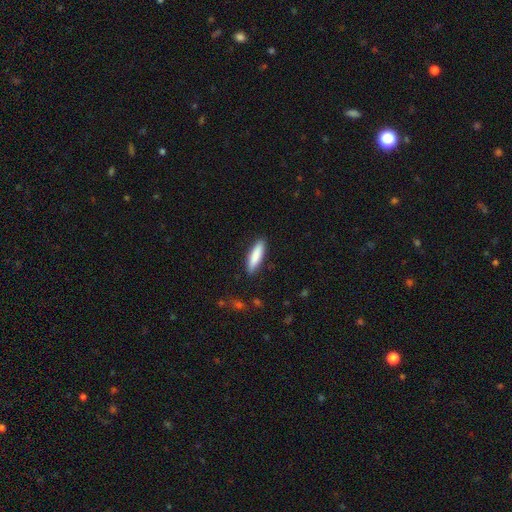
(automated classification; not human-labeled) Smooth or featured?
  - smooth: 85% *
  - featured or disk: 10%
  - star or artifact: 5%
How rounded?
  - cigar-shaped: 69% *
  - in between: 29%
  - round: 1%
Merging?
  - none: 89% *
  - minor disturbance: 8%
  - major disturbance: 2%
  - merger: 1%